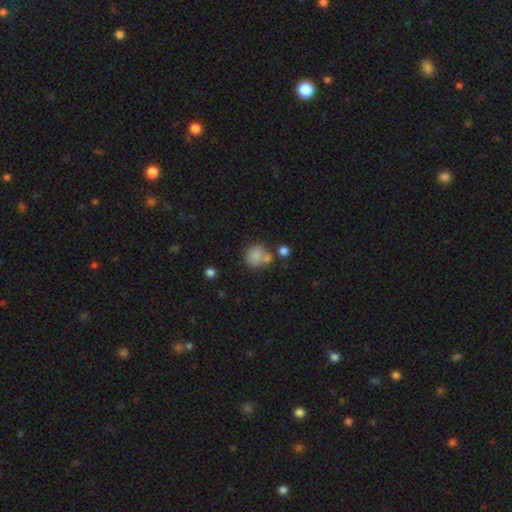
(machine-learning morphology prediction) Smooth or featured: smooth — 80% (star or artifact — 11%)
How rounded: round — 84% (in between — 15%)
Merging: none — 52% (merger — 24%)